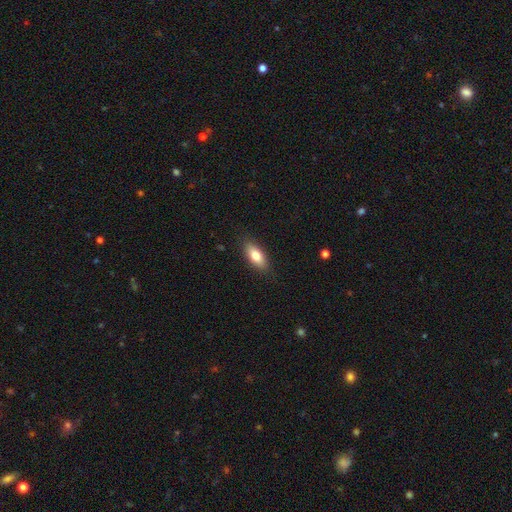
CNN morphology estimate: Smooth or featured?
  - smooth: 79% *
  - featured or disk: 14%
  - star or artifact: 7%
How rounded?
  - in between: 81% *
  - cigar-shaped: 16%
  - round: 3%
Merging?
  - none: 86% *
  - minor disturbance: 10%
  - major disturbance: 2%
  - merger: 1%